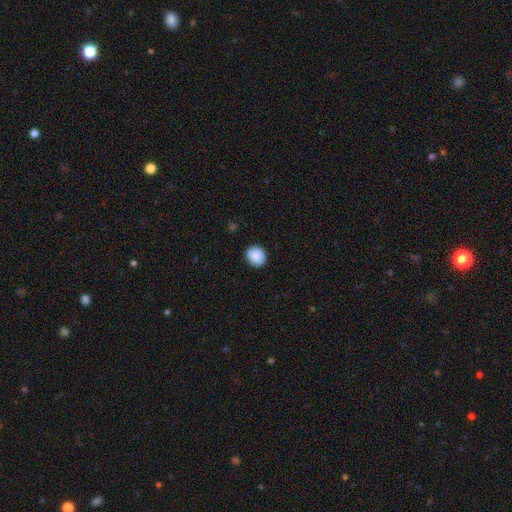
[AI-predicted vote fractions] smooth_or_featured: smooth (p=0.88) [alt: star or artifact p=0.07]
how_rounded: round (p=0.76) [alt: in between p=0.23]
merging: none (p=0.88) [alt: minor disturbance p=0.09]